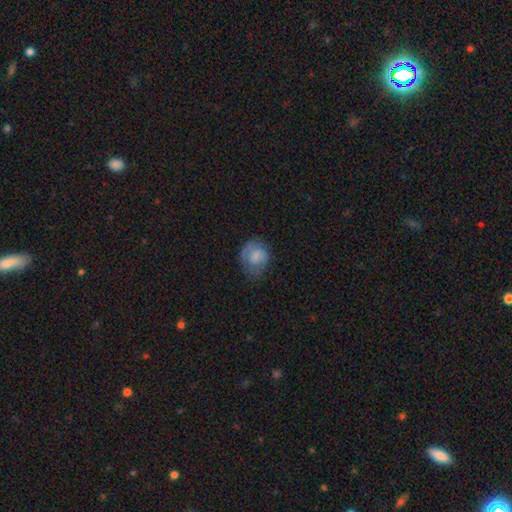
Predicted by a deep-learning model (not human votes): The model was most divided on "how rounded": round: 55%, in between: 44%, cigar-shaped: 1%. More confident: smooth or featured — smooth (64%); merging — none (53%).